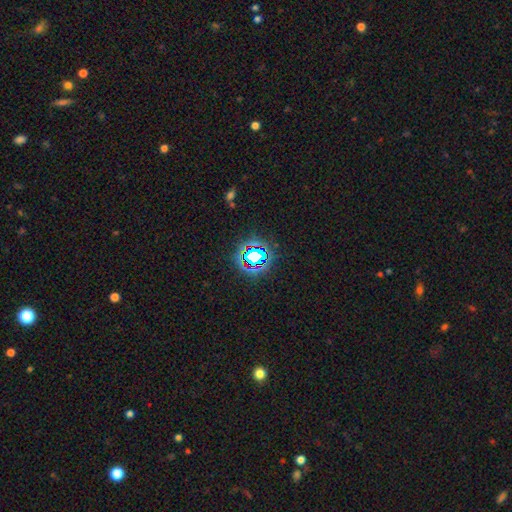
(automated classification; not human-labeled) This is likely a star or artifact rather than a galaxy (66%).